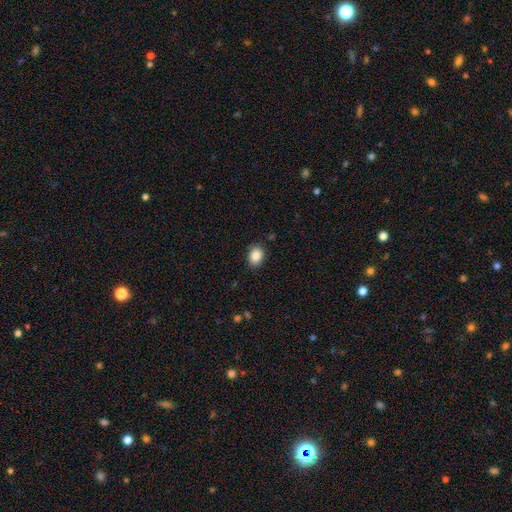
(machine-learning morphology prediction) type=smooth (86%); roundness=in between (69%); merging=none (87%).